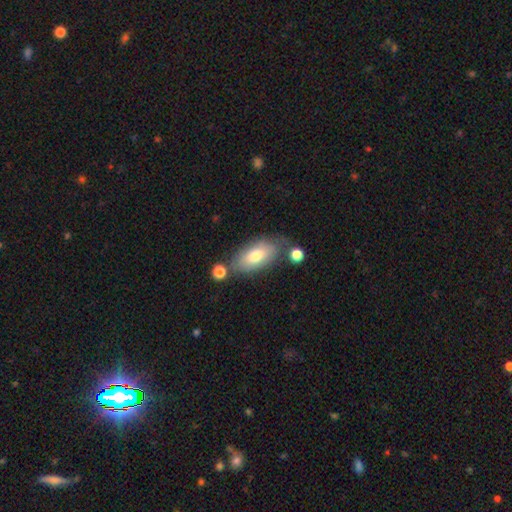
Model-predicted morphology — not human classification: smooth-or-featured: smooth: 73% | featured or disk: 21% | star or artifact: 7%
  how-rounded: in between: 89% | cigar-shaped: 8% | round: 3%
  merging: none: 66% | minor disturbance: 18% | merger: 10% | major disturbance: 5%